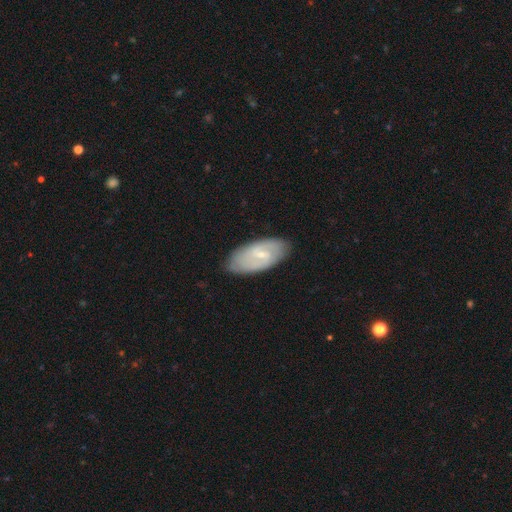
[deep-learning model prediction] featured or disk 54%, smooth 37%, star or artifact 9%. Down the decision tree: edge-on disk — no (88%); merging — none (82%).